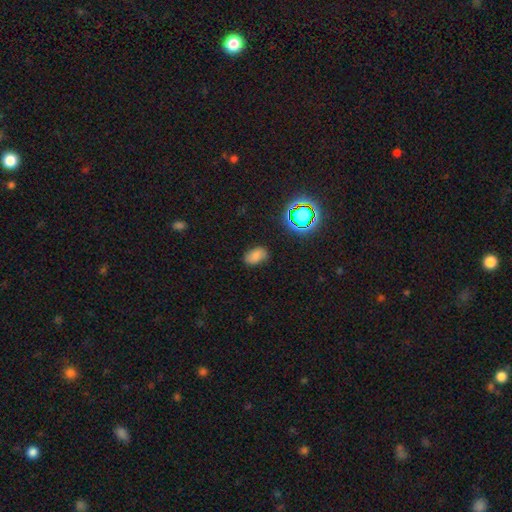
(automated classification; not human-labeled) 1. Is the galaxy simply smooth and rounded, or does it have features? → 75% smooth, 16% star or artifact, 9% featured or disk.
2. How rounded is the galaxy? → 88% in between, 11% round, 1% cigar-shaped.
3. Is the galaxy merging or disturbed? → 81% none, 14% minor disturbance, 3% major disturbance, 2% merger.